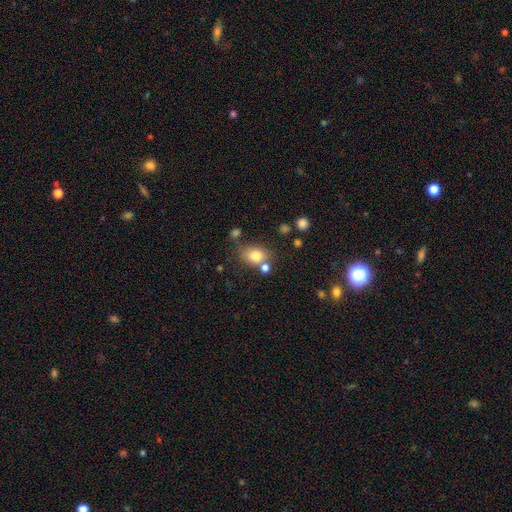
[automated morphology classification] type=smooth (80%); roundness=in between (65%); merging=none (61%).